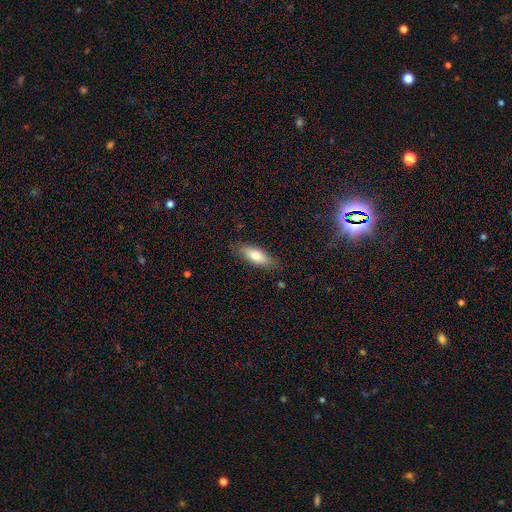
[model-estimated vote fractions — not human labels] A smooth galaxy with no disk features (77%) that is in between round and cigar-shaped (64%). Merging: none (84%).